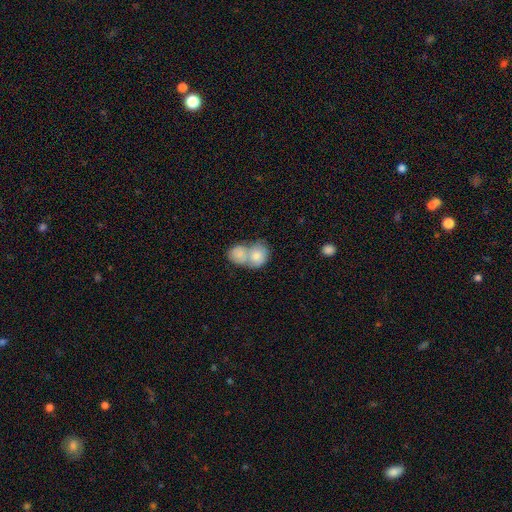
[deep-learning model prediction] smooth 78%, featured or disk 16%, star or artifact 6%. Down the decision tree: how rounded — round (57%); merging — merger (74%).